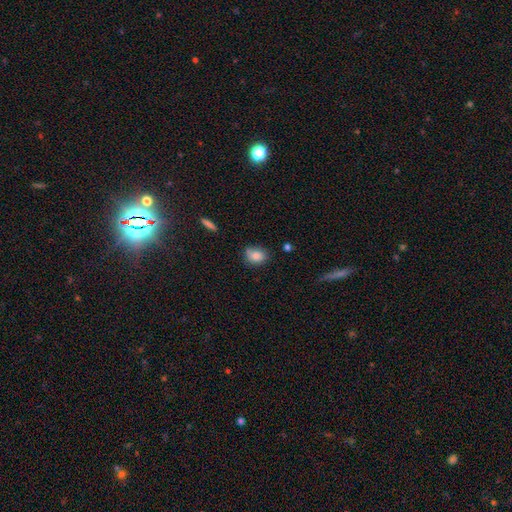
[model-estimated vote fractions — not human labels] A smooth galaxy with no disk features (84%) that is in between round and cigar-shaped (65%).

Vote fractions:
- Smooth or featured? smooth: 84% / star or artifact: 9% / featured or disk: 7%
- How rounded? in between: 65% / round: 34% / cigar-shaped: 2%
- Merging? none: 62% / minor disturbance: 28% / major disturbance: 6% / merger: 3%